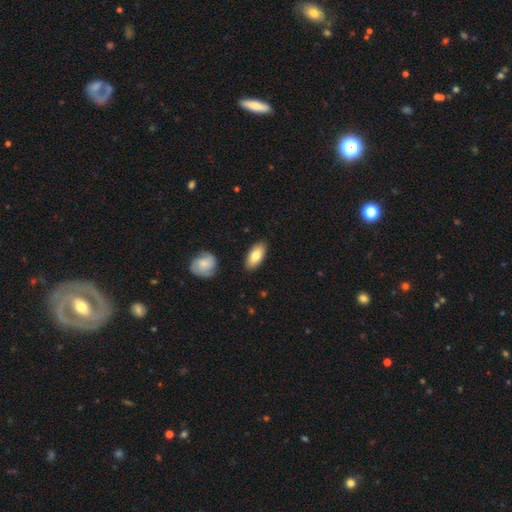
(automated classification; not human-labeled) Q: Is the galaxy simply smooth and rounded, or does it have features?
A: smooth — 77%.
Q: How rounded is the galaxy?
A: in between — 87%.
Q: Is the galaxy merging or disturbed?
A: none — 86%.